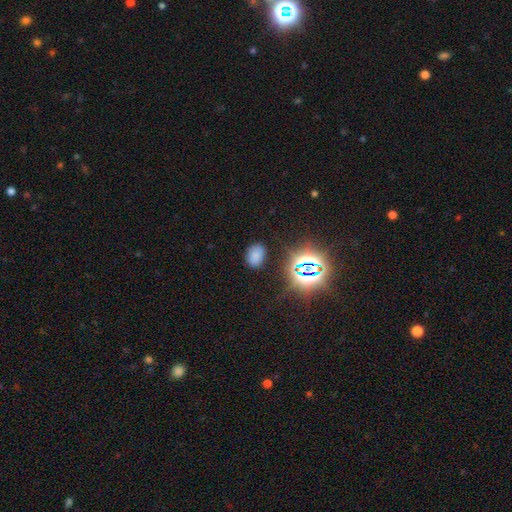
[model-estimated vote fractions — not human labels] smooth-or-featured: smooth: 69% | star or artifact: 24% | featured or disk: 7%
  how-rounded: in between: 87% | round: 12% | cigar-shaped: 1%
  merging: none: 81% | minor disturbance: 13% | major disturbance: 4% | merger: 2%